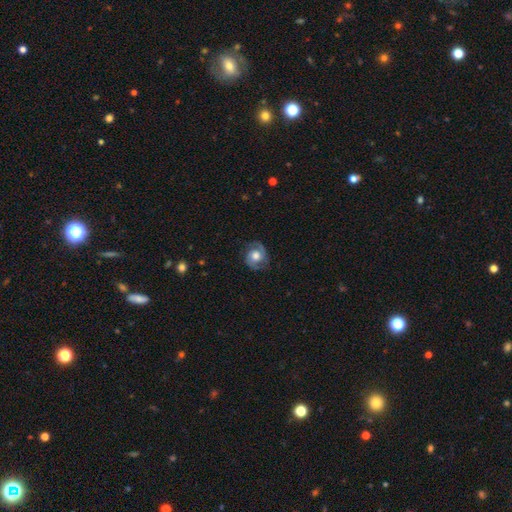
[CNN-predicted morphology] A featured or disk galaxy (72%) with no bar (70%), 2 (88%) medium (48%) spiral arms (92%) and a moderate central bulge (58%). Merging: none (77%).